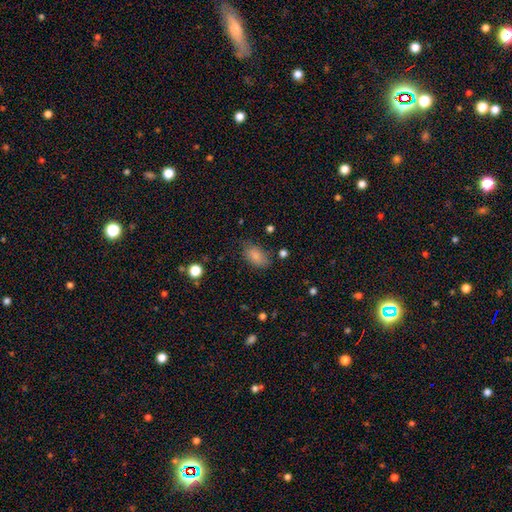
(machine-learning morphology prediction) This appears to be a smooth galaxy with no disk features (85%) that is in between round and cigar-shaped (90%). Merging: none (73%).